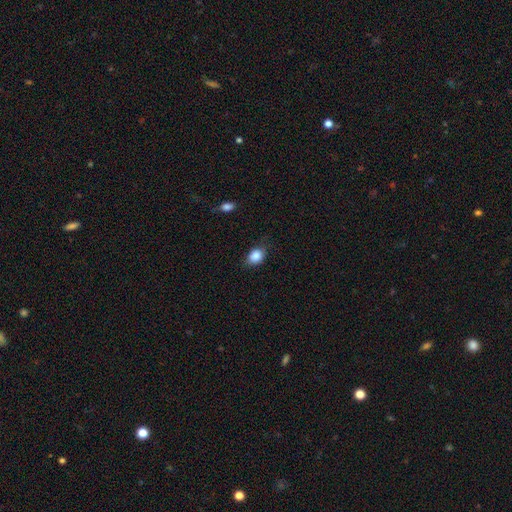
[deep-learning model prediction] smooth 85%, star or artifact 9%, featured or disk 6%. Down the decision tree: how rounded — in between (59%); merging — none (73%).